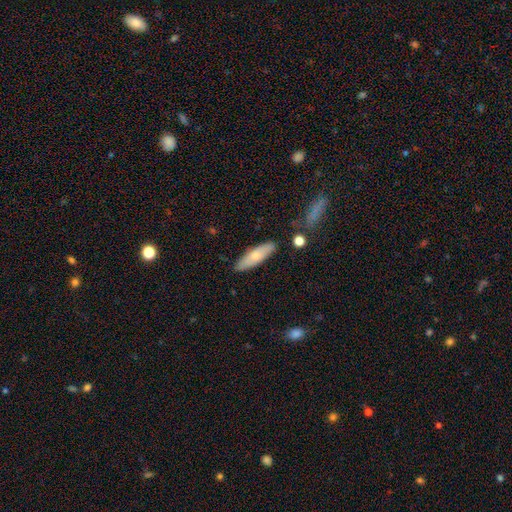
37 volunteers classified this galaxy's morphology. Smooth or featured?
  - smooth: 70% *
  - featured or disk: 27%
  - star or artifact: 3%
How rounded?
  - cigar-shaped: 62% *
  - in between: 38%
  - round: 0%
Merging?
  - none: 83% *
  - minor disturbance: 11%
  - merger: 6%
  - major disturbance: 0%